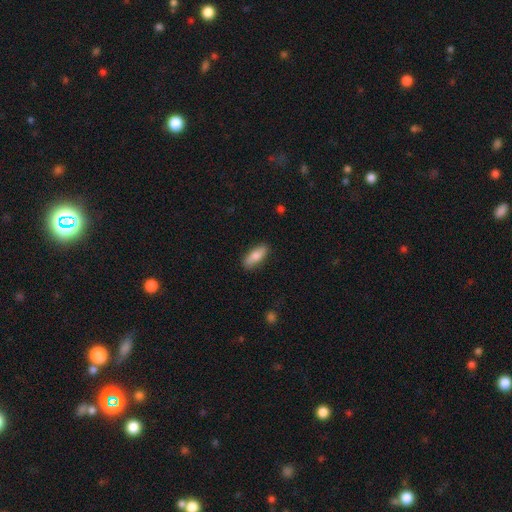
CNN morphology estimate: Q: Smooth or featured?
A: smooth (79%); runner-up: featured or disk (16%)
Q: How rounded?
A: in between (70%); runner-up: cigar-shaped (28%)
Q: Merging?
A: none (86%); runner-up: minor disturbance (11%)